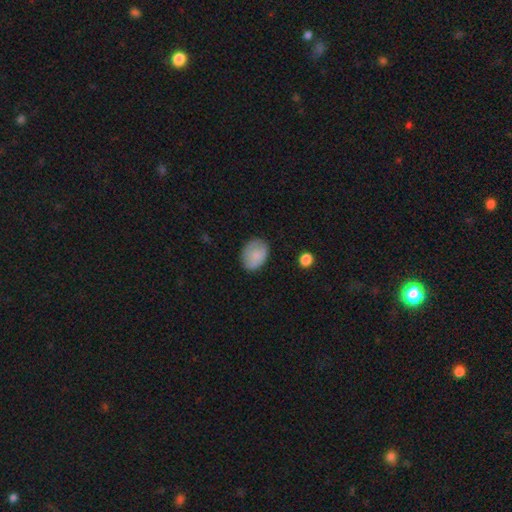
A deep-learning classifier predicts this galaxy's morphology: Smooth or featured: smooth — 74% (featured or disk — 18%)
How rounded: in between — 66% (round — 33%)
Merging: none — 75% (minor disturbance — 19%)